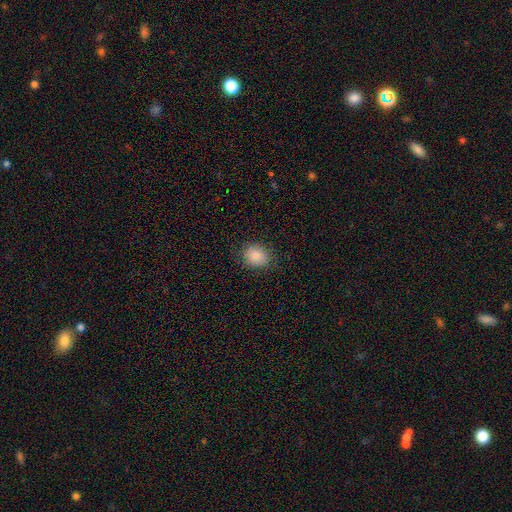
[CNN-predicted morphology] Overall: smooth (83%). How rounded: round (66%; in between 33%). Merging: none (86%).